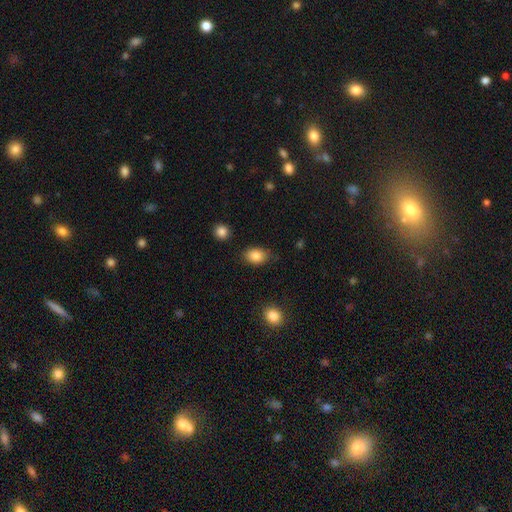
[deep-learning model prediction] Smooth or featured: smooth — 85% (star or artifact — 8%)
How rounded: in between — 80% (round — 18%)
Merging: none — 78% (minor disturbance — 16%)